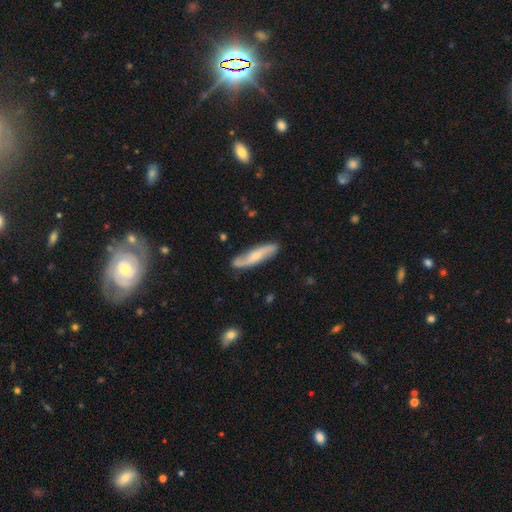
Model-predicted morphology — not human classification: Smooth or featured? featured or disk (63%)
Edge-on disk? no (71%)
Merging? none (81%)